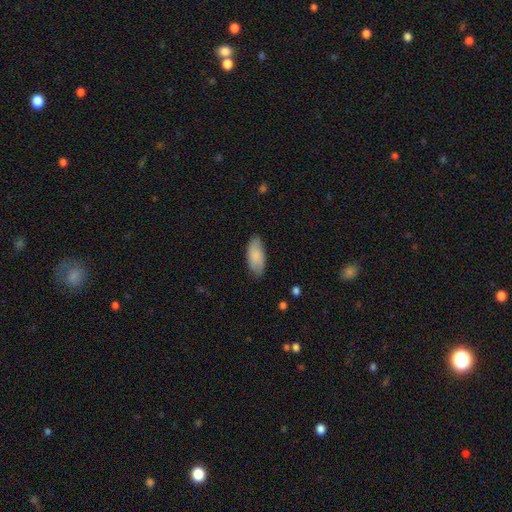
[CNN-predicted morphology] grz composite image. It shows a smooth galaxy with no disk features (86%) that is in between round and cigar-shaped (88%). Merging: none (82%).